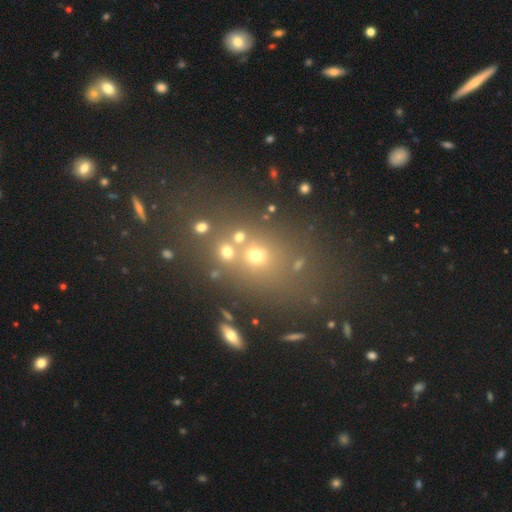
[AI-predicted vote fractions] Overall: smooth (43%; star or artifact 40%). Merging: none (61%; merger 22%).